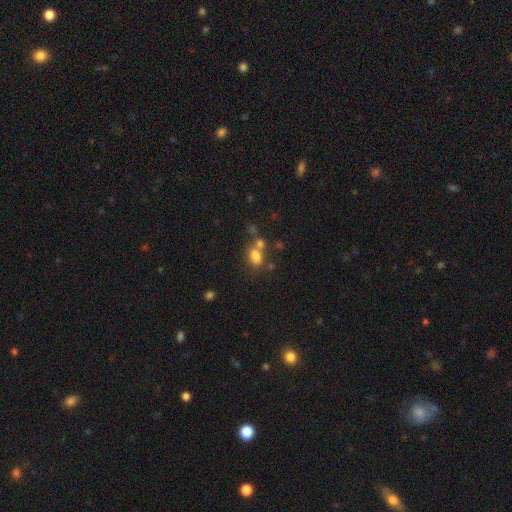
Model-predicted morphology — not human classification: smooth_or_featured: smooth (p=0.76) [alt: star or artifact p=0.13]
how_rounded: in between (p=0.73) [alt: round p=0.25]
merging: none (p=0.42) [alt: merger p=0.37]